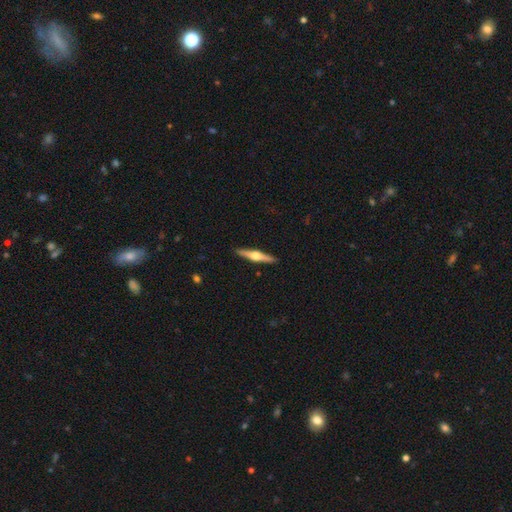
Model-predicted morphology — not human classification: The model was most divided on "smooth or featured": featured or disk: 75%, smooth: 20%, star or artifact: 5%. More confident: edge-on disk — yes (98%); edge-on bulge — rounded (94%); merging — none (91%).